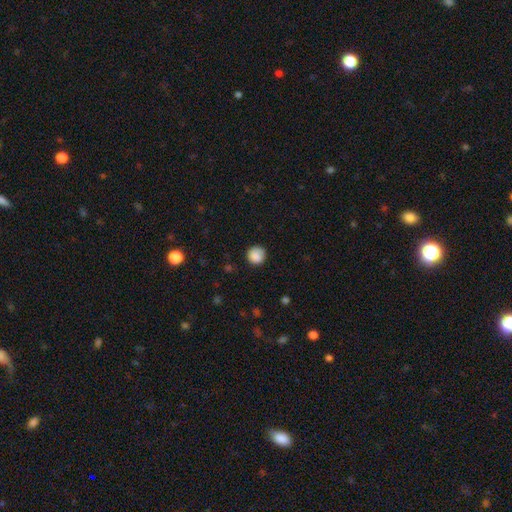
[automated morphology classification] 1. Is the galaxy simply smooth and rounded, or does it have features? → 87% smooth, 9% star or artifact, 4% featured or disk.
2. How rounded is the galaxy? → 92% round, 7% in between, 1% cigar-shaped.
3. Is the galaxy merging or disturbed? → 83% none, 13% minor disturbance, 3% major disturbance, 1% merger.